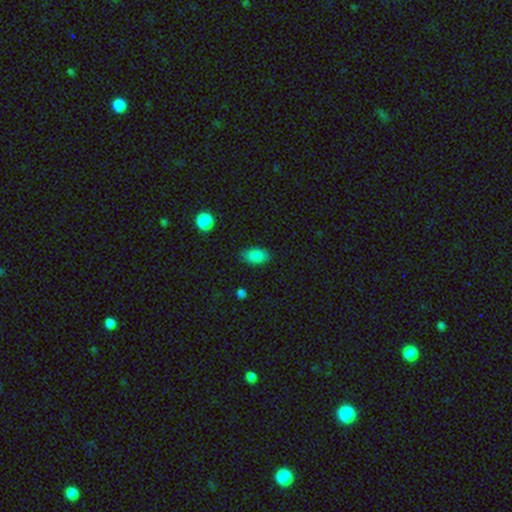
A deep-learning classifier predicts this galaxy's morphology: A smooth galaxy with no disk features (87%) that is in between round and cigar-shaped (91%).

Vote fractions:
- Smooth or featured? smooth: 87% / star or artifact: 8% / featured or disk: 4%
- How rounded? in between: 91% / round: 7% / cigar-shaped: 2%
- Merging? none: 83% / minor disturbance: 12% / major disturbance: 3% / merger: 1%